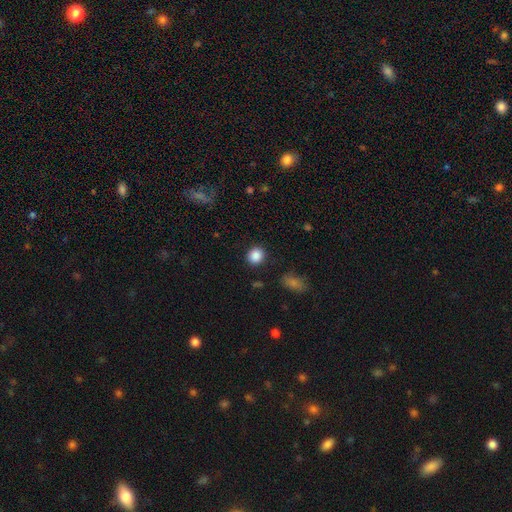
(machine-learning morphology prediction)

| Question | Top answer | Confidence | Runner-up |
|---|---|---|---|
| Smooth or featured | smooth | 88% | star or artifact (9%) |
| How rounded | round | 81% | in between (18%) |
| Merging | none | 89% | minor disturbance (7%) |